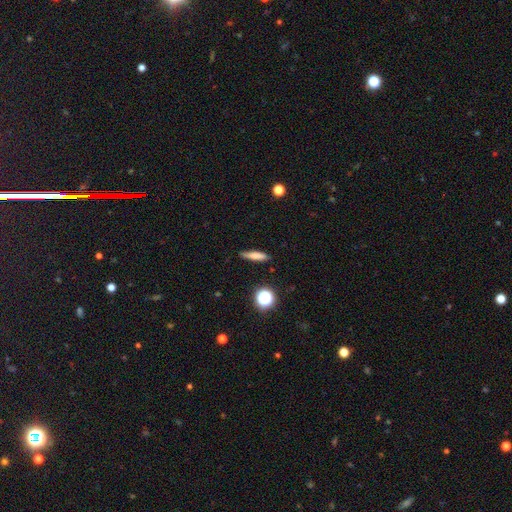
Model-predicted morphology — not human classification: A smooth galaxy with no disk features (73%) that is cigar-shaped (79%).

Vote fractions:
- Smooth or featured? smooth: 73% / featured or disk: 17% / star or artifact: 10%
- How rounded? cigar-shaped: 79% / in between: 17% / round: 4%
- Merging? none: 86% / minor disturbance: 10% / major disturbance: 2% / merger: 2%